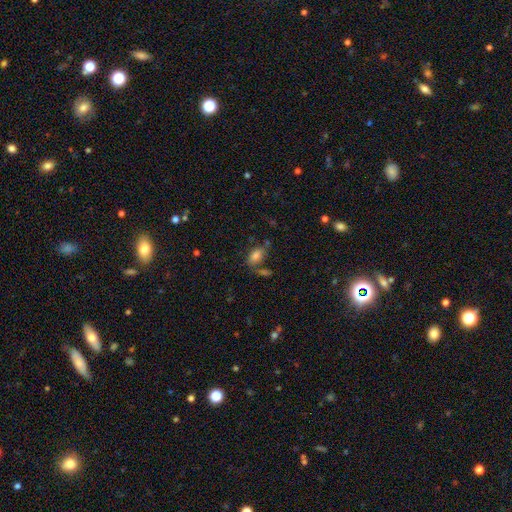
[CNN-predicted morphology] Smooth or featured?
  - smooth: 81% *
  - star or artifact: 9%
  - featured or disk: 9%
How rounded?
  - in between: 89% *
  - round: 8%
  - cigar-shaped: 3%
Merging?
  - none: 61% *
  - minor disturbance: 17%
  - merger: 16%
  - major disturbance: 7%